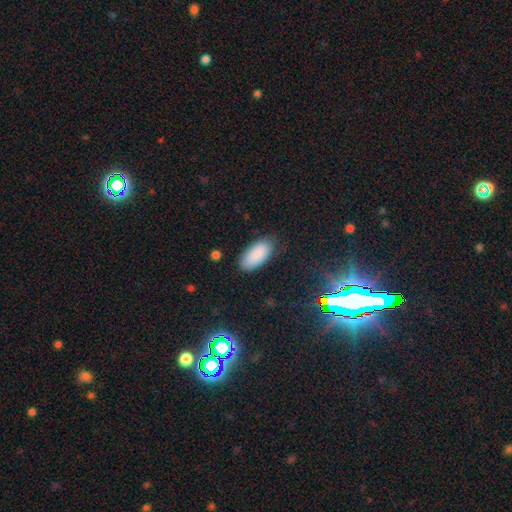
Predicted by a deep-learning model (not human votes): Smooth or featured? smooth (88%)
How rounded? in between (93%)
Merging? none (81%)